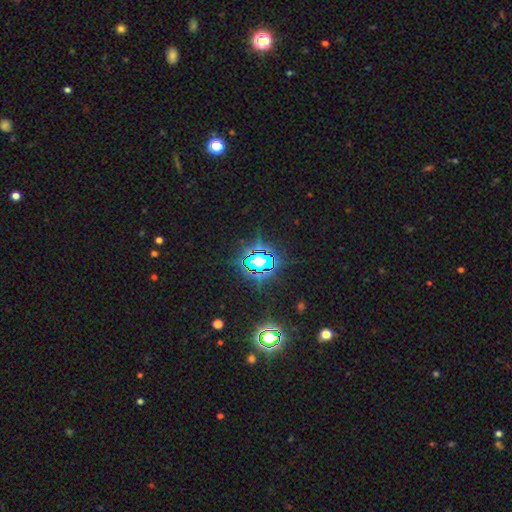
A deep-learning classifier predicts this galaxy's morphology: smooth_or_featured: star or artifact (p=0.76) [alt: smooth p=0.15]